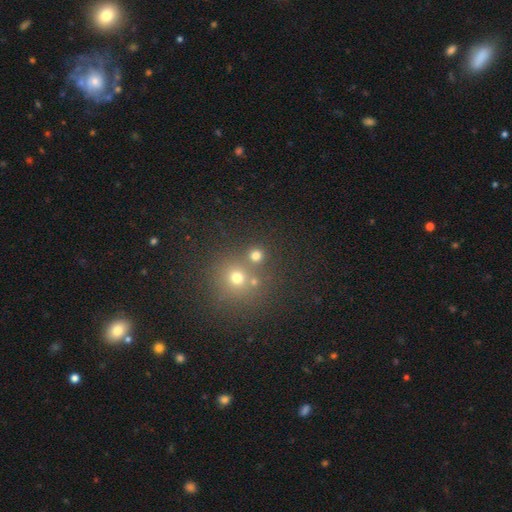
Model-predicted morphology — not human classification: The model was most divided on "merging": none: 69%, merger: 21%, minor disturbance: 7%, major disturbance: 3%. More confident: how rounded — round (91%); smooth or featured — smooth (72%).